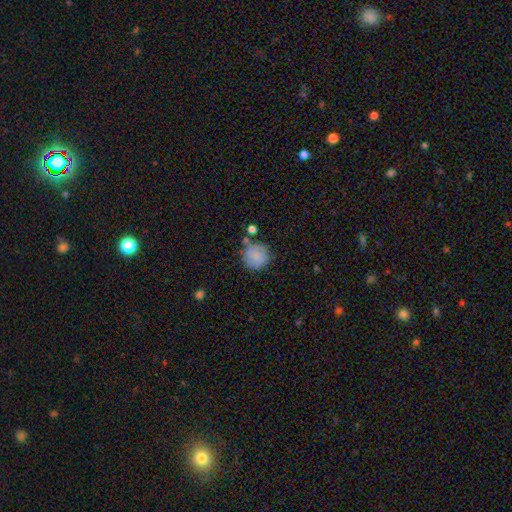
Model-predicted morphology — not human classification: Q: Smooth or featured?
A: smooth (80%); runner-up: featured or disk (12%)
Q: How rounded?
A: round (91%); runner-up: in between (8%)
Q: Merging?
A: none (67%); runner-up: minor disturbance (17%)